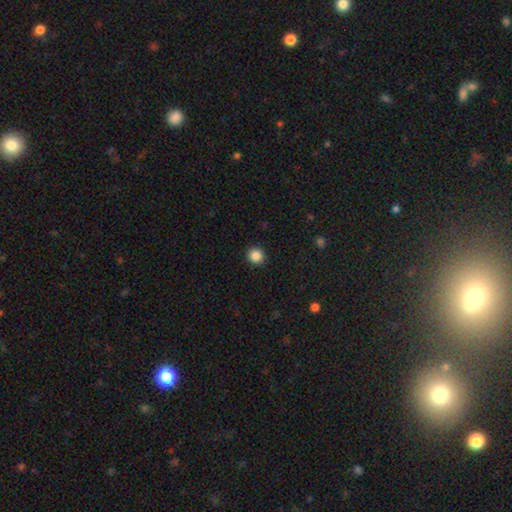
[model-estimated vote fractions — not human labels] This is clearly a smooth galaxy (87%). How rounded: clearly round (89%). Merging: clearly none (92%).